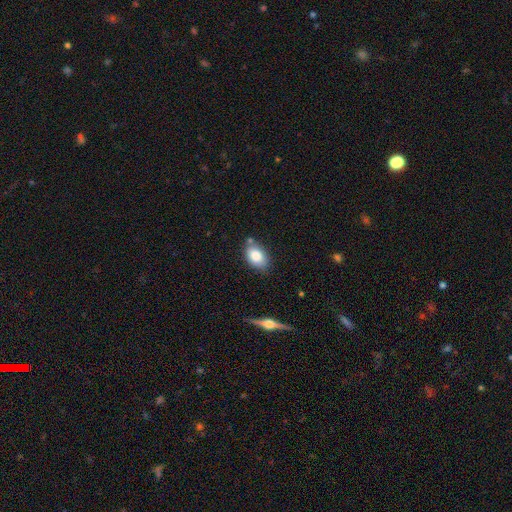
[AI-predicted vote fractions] Overall: smooth (81%). How rounded: in between (84%). Merging: none (73%).